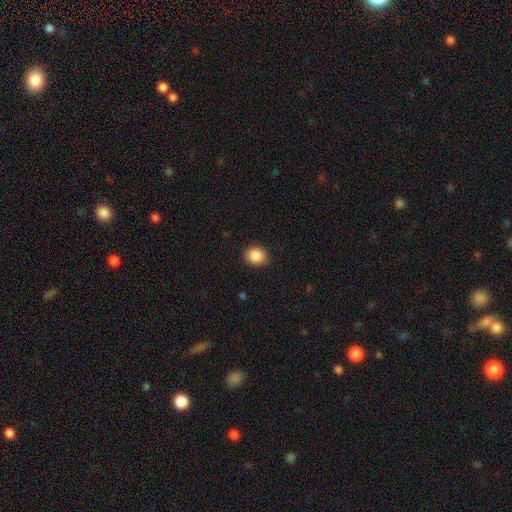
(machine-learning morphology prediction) smooth-or-featured: smooth: 88% | star or artifact: 9% | featured or disk: 4%
  how-rounded: round: 68% | in between: 31% | cigar-shaped: 1%
  merging: none: 89% | minor disturbance: 8% | major disturbance: 2% | merger: 1%